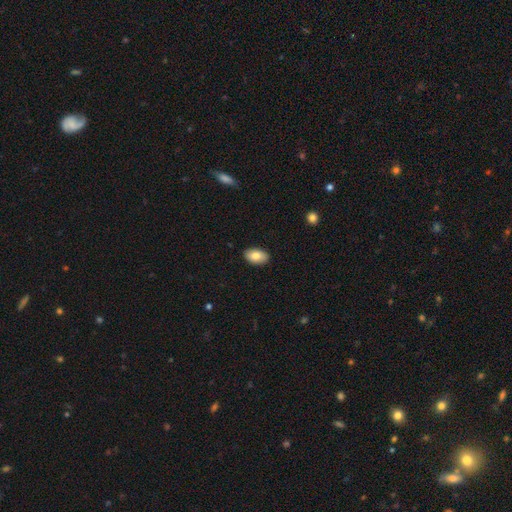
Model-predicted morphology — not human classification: Q: Smooth or featured?
A: smooth (81%); runner-up: featured or disk (12%)
Q: How rounded?
A: in between (93%); runner-up: round (6%)
Q: Merging?
A: none (88%); runner-up: minor disturbance (9%)